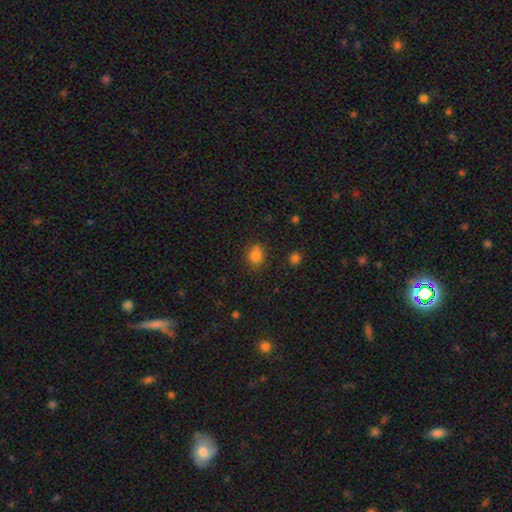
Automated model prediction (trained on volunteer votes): The model was most divided on "how rounded": round: 65%, in between: 34%, cigar-shaped: 1%. More confident: smooth or featured — smooth (79%); merging — none (64%).